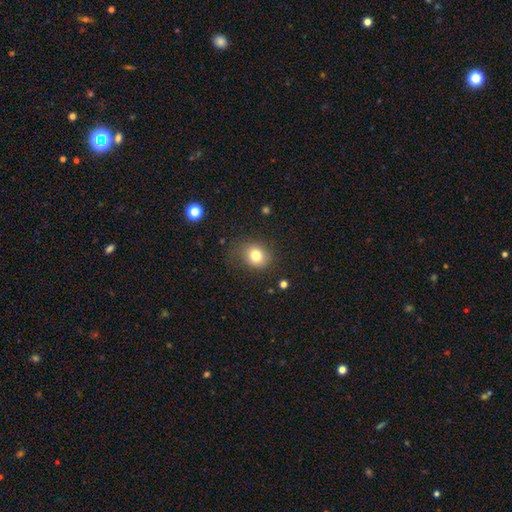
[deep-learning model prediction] smooth_or_featured: smooth (p=0.79) [alt: star or artifact p=0.11]
how_rounded: round (p=0.66) [alt: in between p=0.34]
merging: none (p=0.75) [alt: minor disturbance p=0.18]